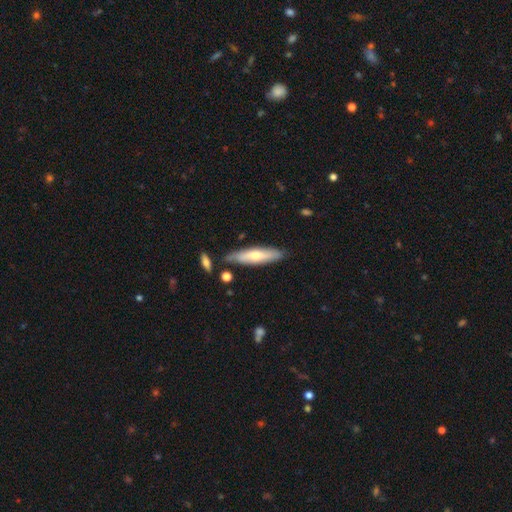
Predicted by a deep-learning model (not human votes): The model was most divided on "smooth or featured": smooth: 53%, featured or disk: 41%, star or artifact: 6%. More confident: merging — none (78%); how rounded — cigar-shaped (73%).